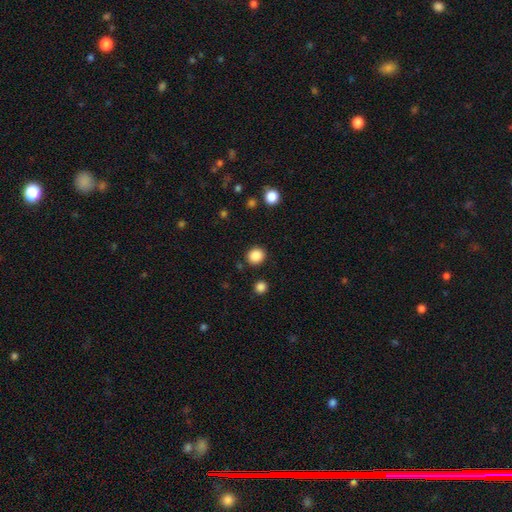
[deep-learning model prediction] A smooth galaxy with no disk features (87%) that is round (85%). Merging: none (89%).